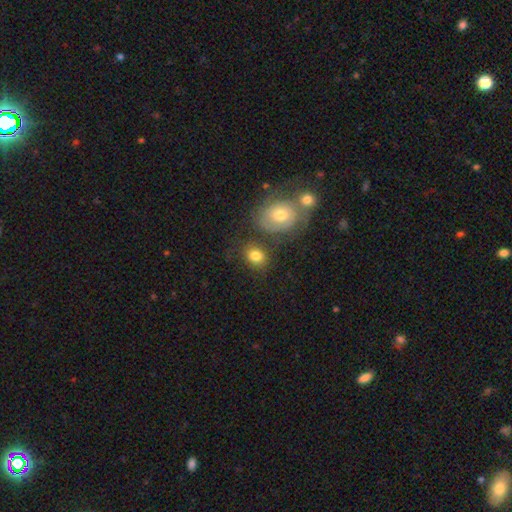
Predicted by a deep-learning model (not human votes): A smooth galaxy with no disk features (76%) that is in between round and cigar-shaped (51%). Merging: none (66%).